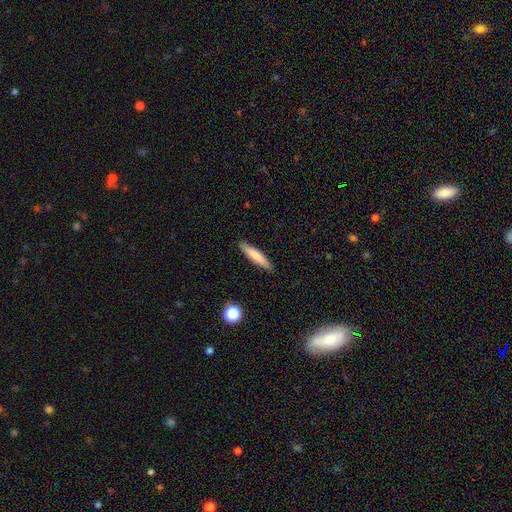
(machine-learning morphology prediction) type=smooth (75%); roundness=cigar-shaped (88%); merging=none (89%).